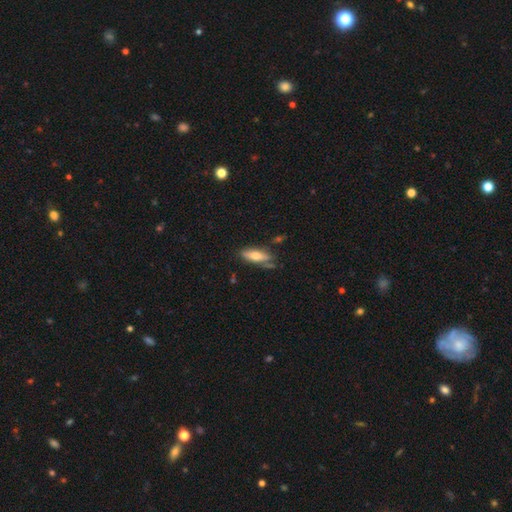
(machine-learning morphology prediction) Q: Smooth or featured?
A: smooth (62%); runner-up: featured or disk (32%)
Q: How rounded?
A: in between (54%); runner-up: cigar-shaped (43%)
Q: Merging?
A: none (68%); runner-up: minor disturbance (20%)